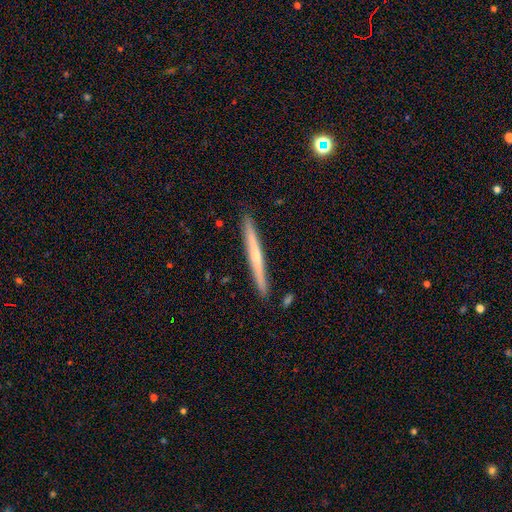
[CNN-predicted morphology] Overall: featured or disk (58%; smooth 36%). Edge-on disk: yes (97%). Edge-on bulge: none (50%; rounded 45%). Merging: none (91%).